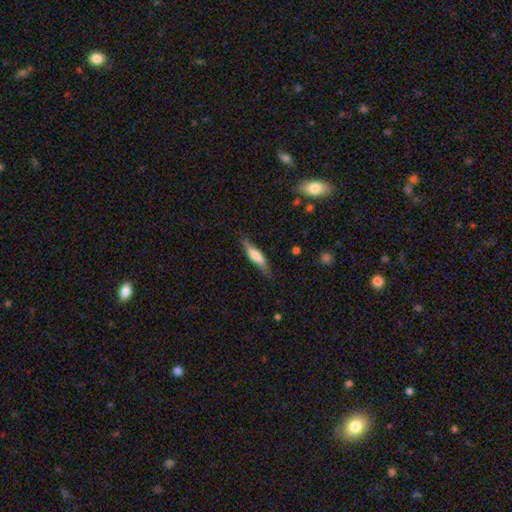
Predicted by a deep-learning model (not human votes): smooth 62%, featured or disk 32%, star or artifact 6%. Down the decision tree: how rounded — cigar-shaped (74%); merging — none (74%).